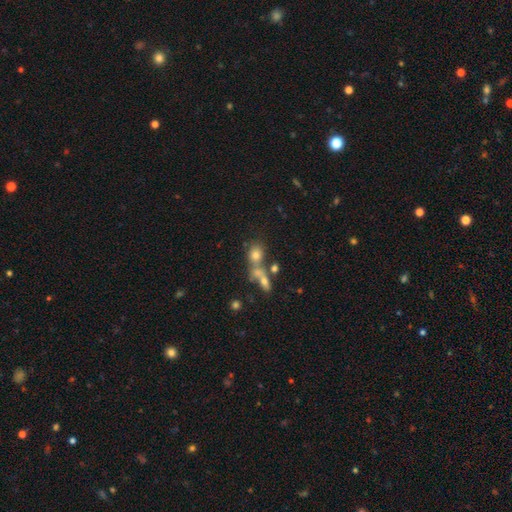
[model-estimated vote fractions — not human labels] Smooth or featured? smooth (64%)
How rounded? round (67%)
Merging? none (44%)